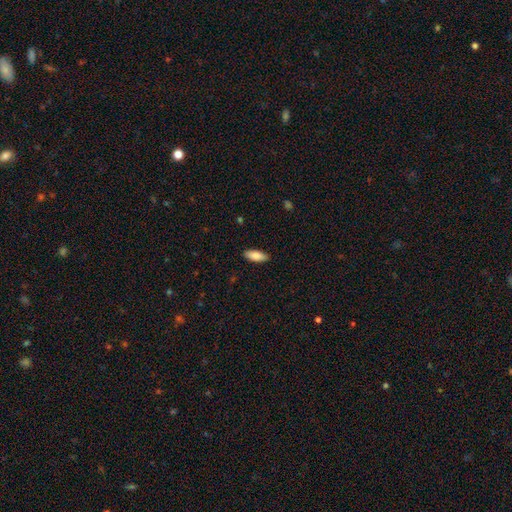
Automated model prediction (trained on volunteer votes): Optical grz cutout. It shows a smooth galaxy with no disk features (85%) that is in between round and cigar-shaped (77%). Merging: none (89%).